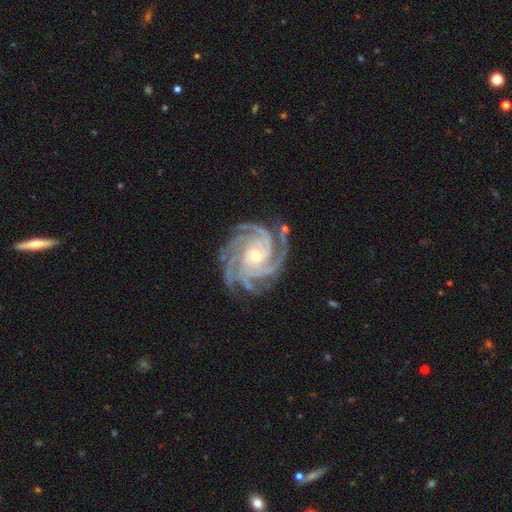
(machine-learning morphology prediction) Q: Smooth or featured?
A: featured or disk (93%); runner-up: star or artifact (4%)
Q: Edge-on disk?
A: no (98%); runner-up: yes (2%)
Q: Bar?
A: no (65%); runner-up: weak (25%)
Q: Spiral arms?
A: yes (99%); runner-up: no (1%)
Q: Spiral winding?
A: tight (73%); runner-up: medium (24%)
Q: Spiral arm count?
A: 4 (37%); runner-up: more than 4 (30%)
Q: Bulge size?
A: small (49%); runner-up: moderate (47%)
Q: Merging?
A: none (81%); runner-up: minor disturbance (13%)